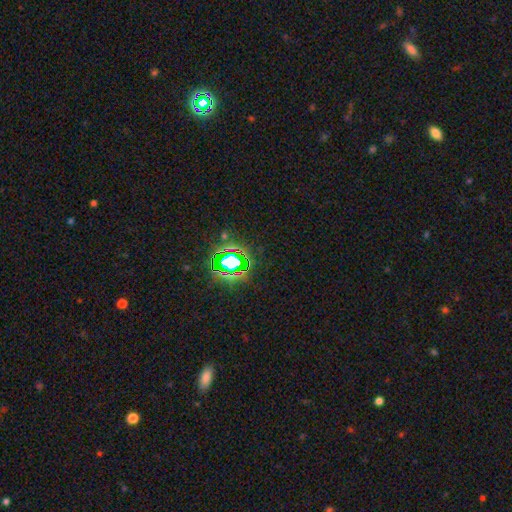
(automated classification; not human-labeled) A star or artifact, not a galaxy (79%).

Vote fractions:
- Smooth or featured? star or artifact: 79% / smooth: 13% / featured or disk: 7%